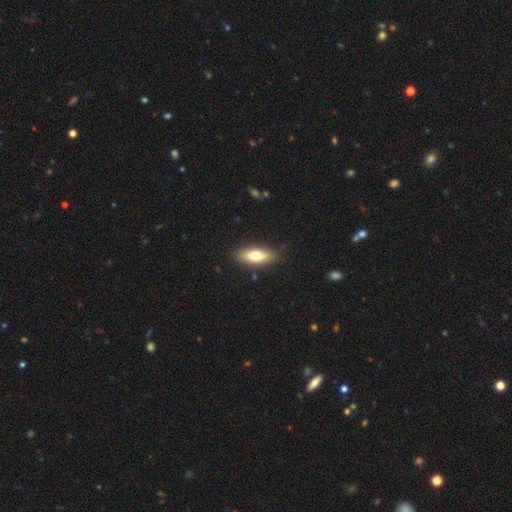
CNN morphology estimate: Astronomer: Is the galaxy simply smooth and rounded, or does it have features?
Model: smooth — 69%.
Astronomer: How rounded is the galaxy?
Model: in between — 68%.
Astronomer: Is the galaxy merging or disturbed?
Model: none — 85%.